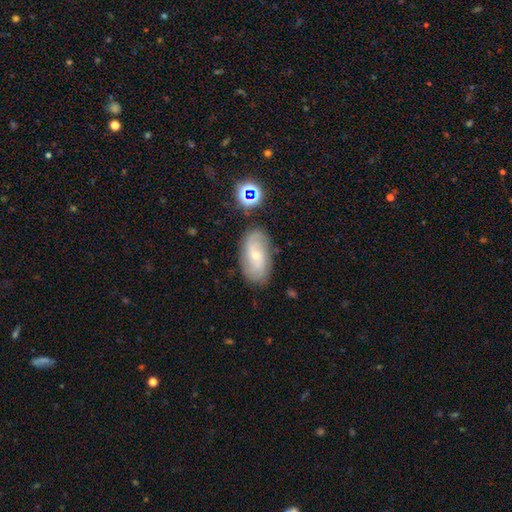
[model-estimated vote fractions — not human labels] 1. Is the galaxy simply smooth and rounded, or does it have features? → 65% featured or disk, 26% smooth, 9% star or artifact.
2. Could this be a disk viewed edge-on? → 94% no, 6% yes.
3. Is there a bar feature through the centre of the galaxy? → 56% no, 37% weak, 7% strong.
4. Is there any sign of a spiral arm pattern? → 89% yes, 11% no.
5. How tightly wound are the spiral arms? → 42% medium, 30% tight, 29% loose.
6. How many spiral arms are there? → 59% 2, 24% can't tell, 8% 3, 4% 1, 3% 4, 2% more than 4.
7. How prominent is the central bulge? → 67% small, 28% moderate, 2% none, 1% large, 1% dominant.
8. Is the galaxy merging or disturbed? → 76% none, 17% minor disturbance, 5% major disturbance, 3% merger.